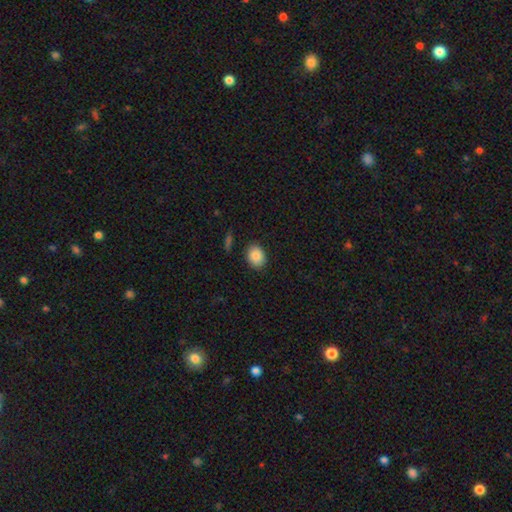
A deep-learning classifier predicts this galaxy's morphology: Overall: smooth (86%). How rounded: in between (64%; round 35%). Merging: none (87%).